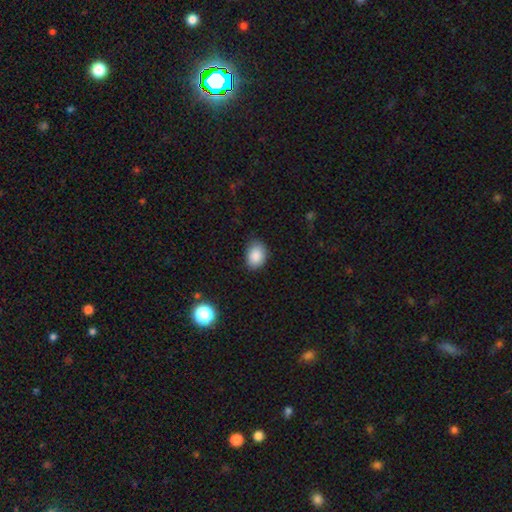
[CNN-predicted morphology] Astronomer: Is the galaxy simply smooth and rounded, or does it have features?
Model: smooth — 87%.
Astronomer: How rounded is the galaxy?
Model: in between — 72%.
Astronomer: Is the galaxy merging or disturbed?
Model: none — 82%.